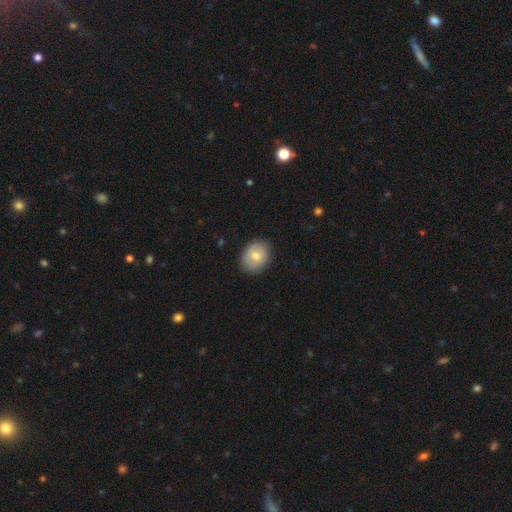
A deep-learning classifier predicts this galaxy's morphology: Smooth or featured? Predicted: smooth (p=0.72). How rounded? Predicted: round (p=0.51). Merging? Predicted: none (p=0.85).